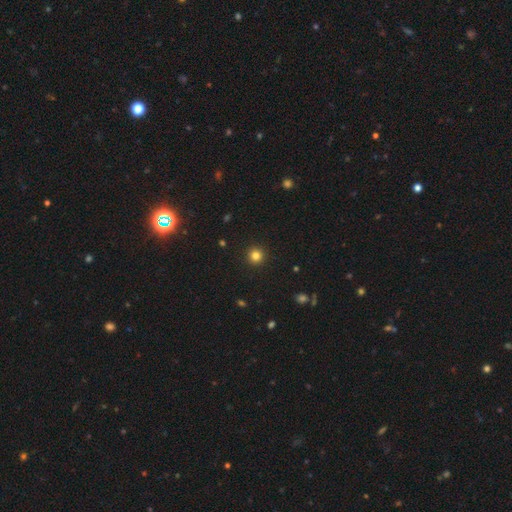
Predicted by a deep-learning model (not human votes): A smooth galaxy with no disk features (82%) that is round (96%). Merging: none (93%).